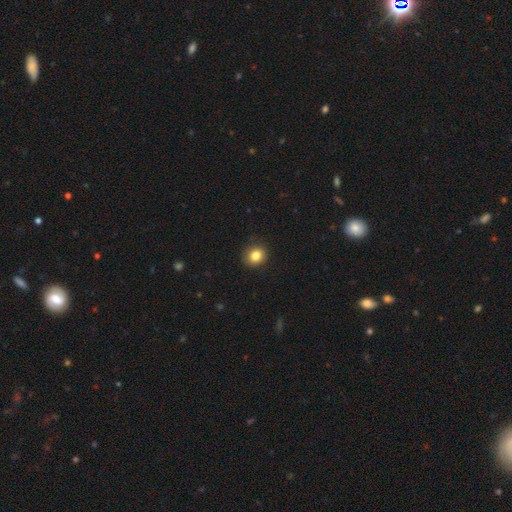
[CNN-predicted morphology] Overall: smooth (83%). How rounded: round (79%). Merging: none (87%).